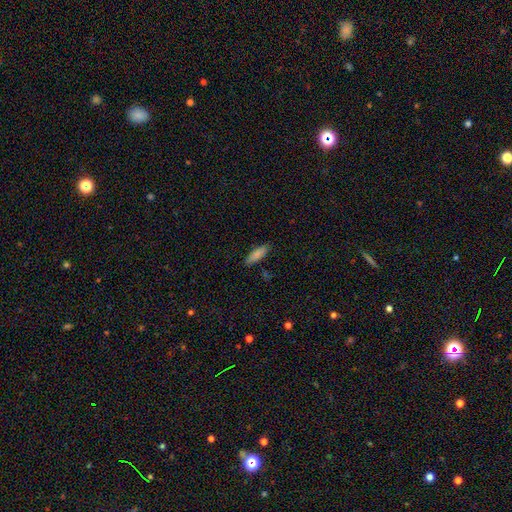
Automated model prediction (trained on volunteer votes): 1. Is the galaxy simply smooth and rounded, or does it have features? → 79% smooth, 12% featured or disk, 9% star or artifact.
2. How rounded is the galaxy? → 62% cigar-shaped, 35% in between, 2% round.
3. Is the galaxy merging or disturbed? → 87% none, 9% minor disturbance, 2% major disturbance, 1% merger.